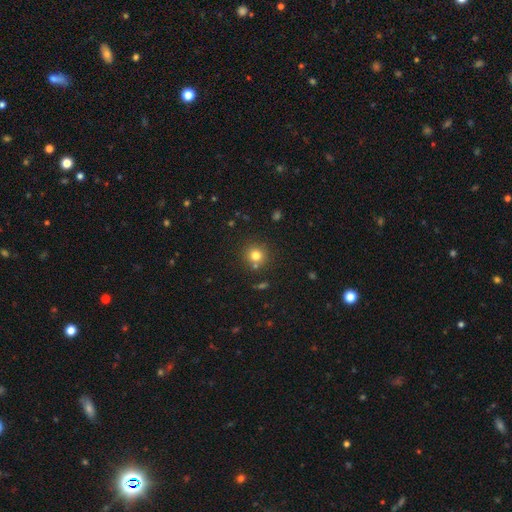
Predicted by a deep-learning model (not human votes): Overall: smooth (78%). How rounded: round (92%). Merging: none (80%).